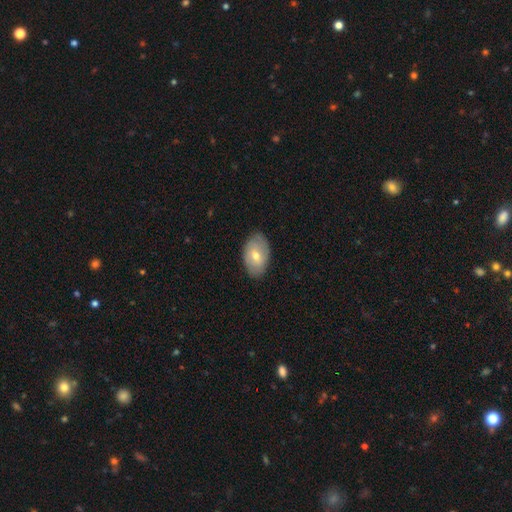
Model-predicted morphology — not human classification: Smooth or featured?
  - smooth: 60% *
  - featured or disk: 33%
  - star or artifact: 6%
How rounded?
  - in between: 88% *
  - round: 10%
  - cigar-shaped: 1%
Merging?
  - none: 83% *
  - minor disturbance: 14%
  - major disturbance: 3%
  - merger: 1%